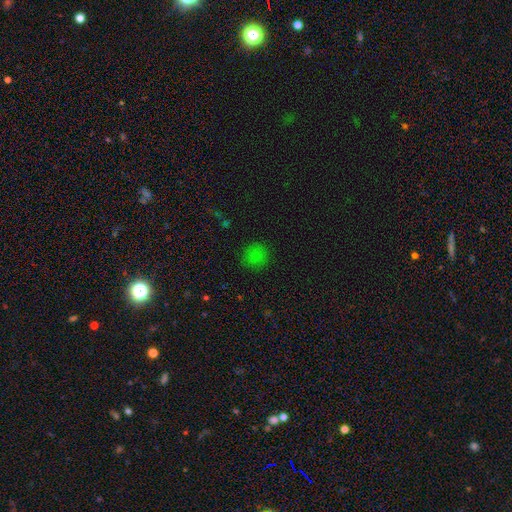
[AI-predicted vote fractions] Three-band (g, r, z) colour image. It shows a smooth galaxy with no disk features (74%) that is round (87%). Merging: none (83%).